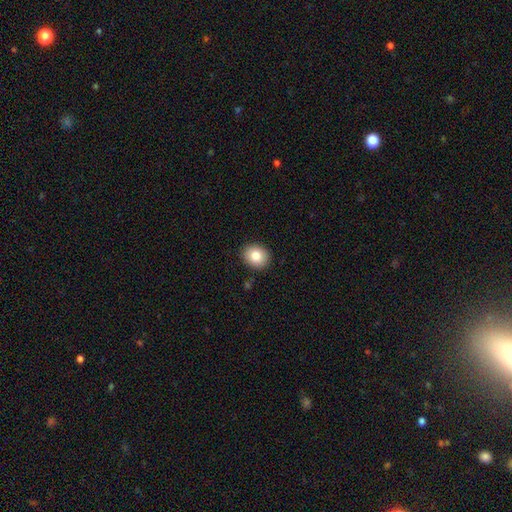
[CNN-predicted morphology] Q: Smooth or featured?
A: smooth (82%); runner-up: featured or disk (9%)
Q: How rounded?
A: round (65%); runner-up: in between (34%)
Q: Merging?
A: none (90%); runner-up: minor disturbance (7%)